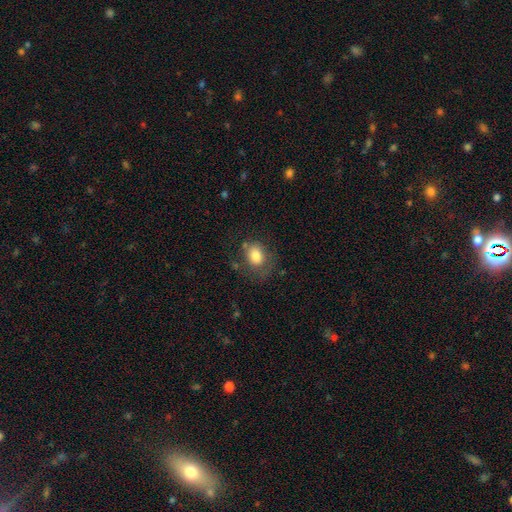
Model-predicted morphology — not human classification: Smooth or featured: smooth — 77% (featured or disk — 14%)
How rounded: in between — 61% (round — 38%)
Merging: none — 58% (minor disturbance — 24%)